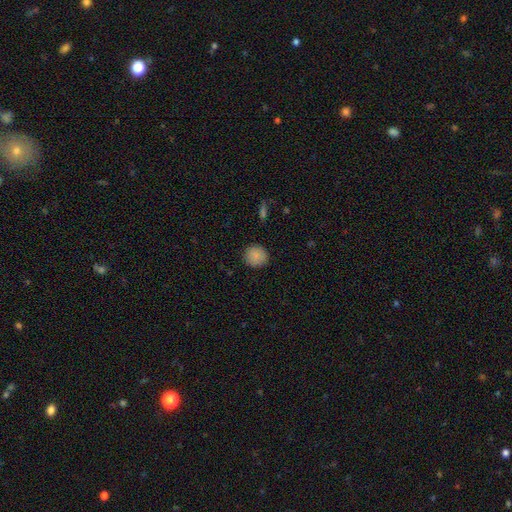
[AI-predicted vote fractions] This is clearly a smooth galaxy (87%). How rounded: clearly round (93%). Merging: clearly none (90%).